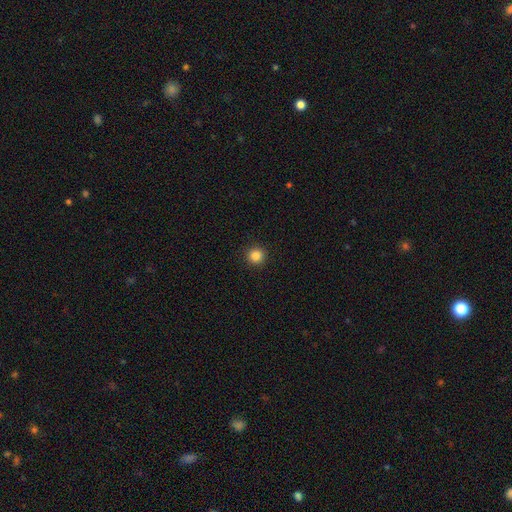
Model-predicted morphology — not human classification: Smooth or featured: smooth — 85% (star or artifact — 11%)
How rounded: round — 95% (in between — 4%)
Merging: none — 93% (minor disturbance — 4%)